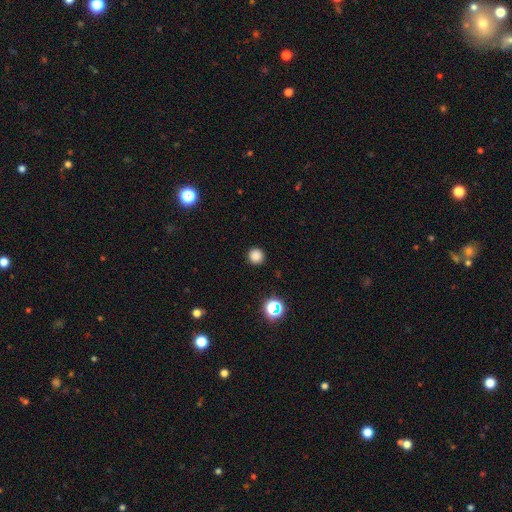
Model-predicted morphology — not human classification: This appears to be a smooth galaxy with no disk features (83%) that is round (94%). Merging: none (92%).